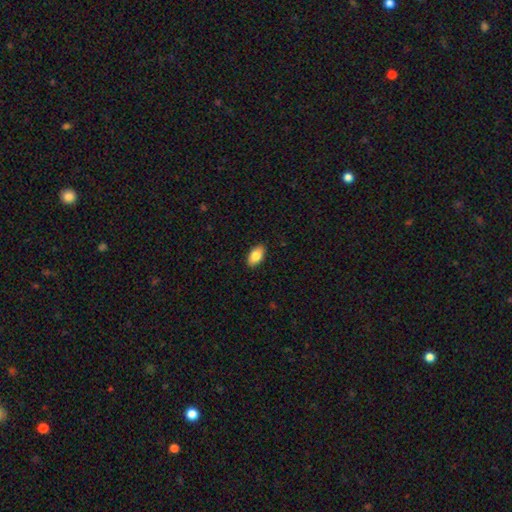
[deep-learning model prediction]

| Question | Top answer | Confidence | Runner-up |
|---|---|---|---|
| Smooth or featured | smooth | 84% | featured or disk (9%) |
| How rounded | in between | 93% | round (4%) |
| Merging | none | 90% | minor disturbance (8%) |